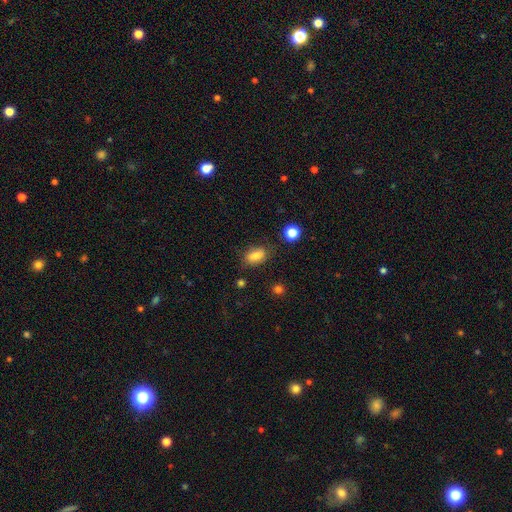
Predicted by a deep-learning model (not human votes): This appears to be a smooth galaxy with no disk features (78%) that is in between round and cigar-shaped (85%). Merging: none (73%).